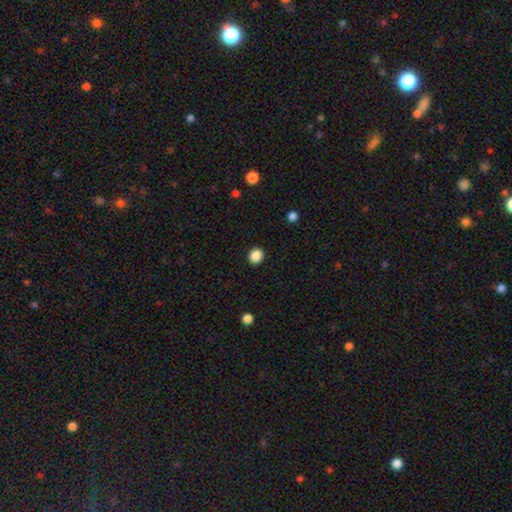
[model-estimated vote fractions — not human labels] Smooth or featured? smooth (88%)
How rounded? round (77%)
Merging? none (92%)